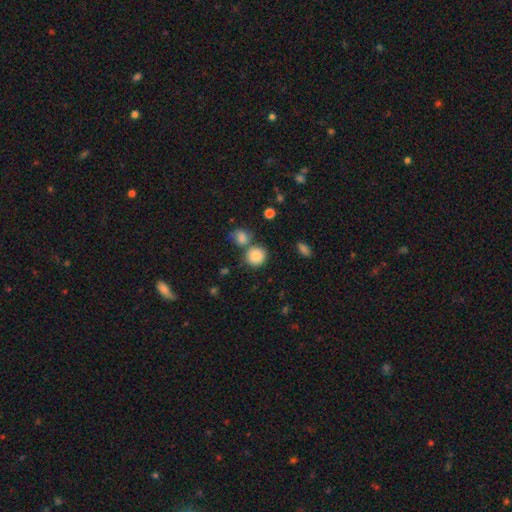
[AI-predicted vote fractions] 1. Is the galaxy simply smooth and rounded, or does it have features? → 86% smooth, 8% star or artifact, 6% featured or disk.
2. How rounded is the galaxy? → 87% round, 12% in between, 1% cigar-shaped.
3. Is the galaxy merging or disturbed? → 62% none, 24% merger, 10% minor disturbance, 4% major disturbance.